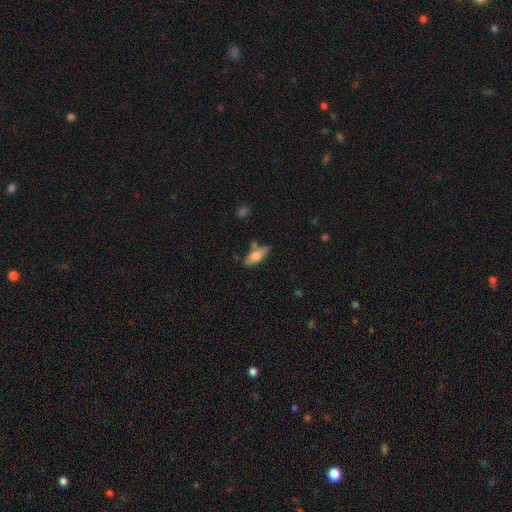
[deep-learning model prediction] smooth_or_featured: smooth (p=0.67) [alt: featured or disk p=0.26]
how_rounded: in between (p=0.67) [alt: cigar-shaped p=0.31]
merging: none (p=0.59) [alt: minor disturbance p=0.22]